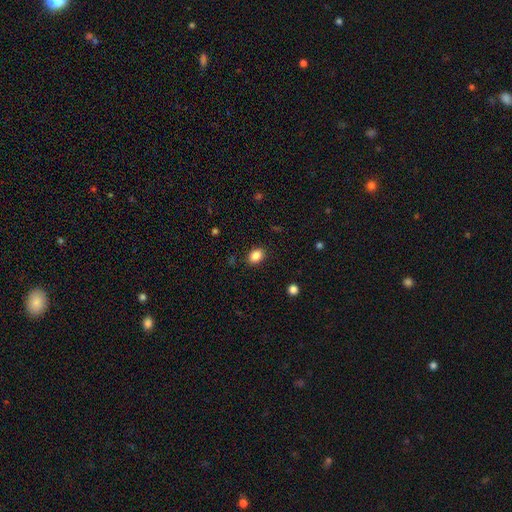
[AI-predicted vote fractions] Morphology: type=smooth (86%); roundness=in between (75%); merging=none (88%).